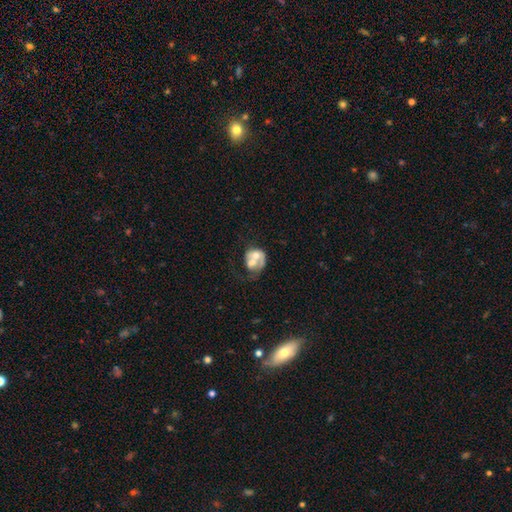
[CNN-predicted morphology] Smooth or featured? featured or disk (53%)
Edge-on disk? no (97%)
Bar? no (84%)
Spiral arms? no (60%)
Bulge size? moderate (61%)
Merging? merger (60%)